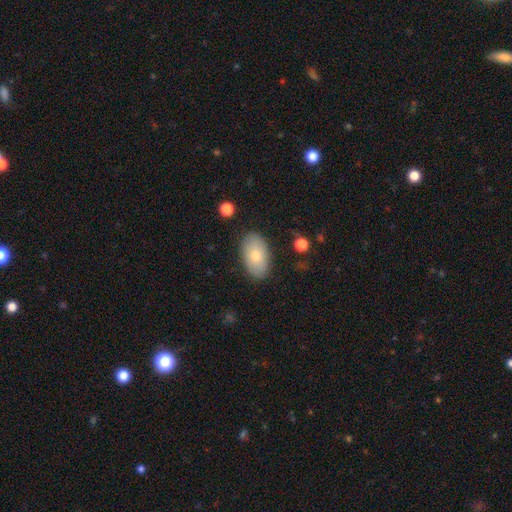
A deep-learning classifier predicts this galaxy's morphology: smooth_or_featured: smooth (p=0.71) [alt: featured or disk p=0.22]
how_rounded: in between (p=0.93) [alt: round p=0.05]
merging: none (p=0.86) [alt: minor disturbance p=0.10]